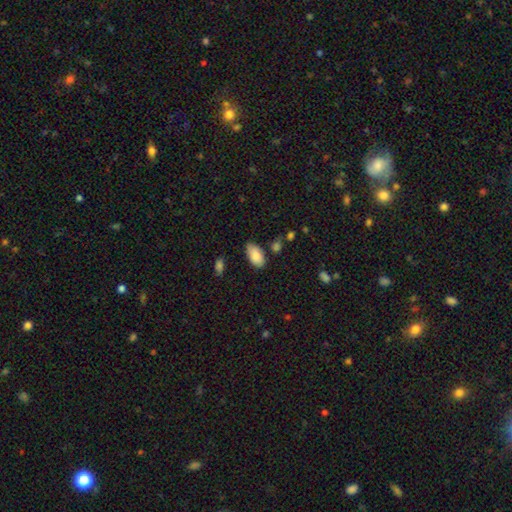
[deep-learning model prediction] Smooth or featured?
  - smooth: 86% *
  - featured or disk: 7%
  - star or artifact: 7%
How rounded?
  - in between: 95% *
  - round: 3%
  - cigar-shaped: 3%
Merging?
  - none: 72% *
  - minor disturbance: 21%
  - major disturbance: 4%
  - merger: 4%